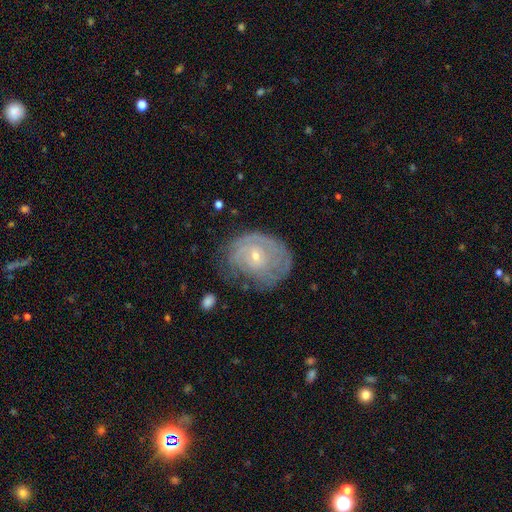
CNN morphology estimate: Smooth or featured?
  - featured or disk: 72% *
  - smooth: 21%
  - star or artifact: 7%
Edge-on disk?
  - no: 97% *
  - yes: 3%
Bar?
  - no: 72% *
  - weak: 24%
  - strong: 4%
Spiral arms?
  - yes: 78% *
  - no: 22%
Spiral winding?
  - tight: 74% *
  - medium: 19%
  - loose: 7%
Spiral arm count?
  - can't tell: 58% *
  - 2: 16%
  - 3: 9%
  - 1: 7%
  - 4: 6%
  - more than 4: 4%
Bulge size?
  - small: 72% *
  - moderate: 25%
  - large: 1%
  - none: 1%
  - dominant: 1%
Merging?
  - none: 56% *
  - minor disturbance: 27%
  - major disturbance: 15%
  - merger: 2%